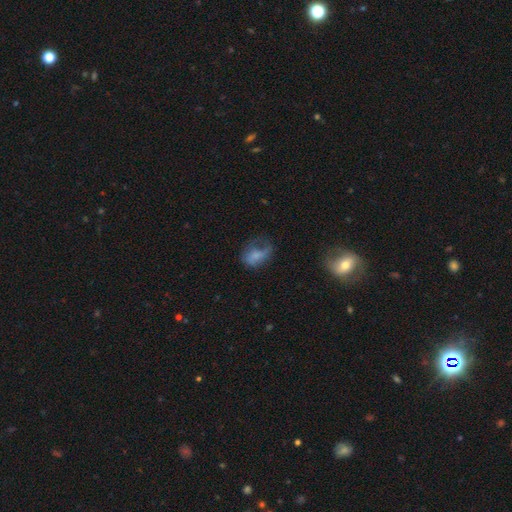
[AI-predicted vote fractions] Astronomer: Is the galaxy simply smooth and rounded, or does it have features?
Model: smooth — 55% (runner-up: featured or disk, 34%).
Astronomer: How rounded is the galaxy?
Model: in between — 78%.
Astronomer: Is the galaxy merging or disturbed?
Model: major disturbance — 40% (runner-up: none, 31%).